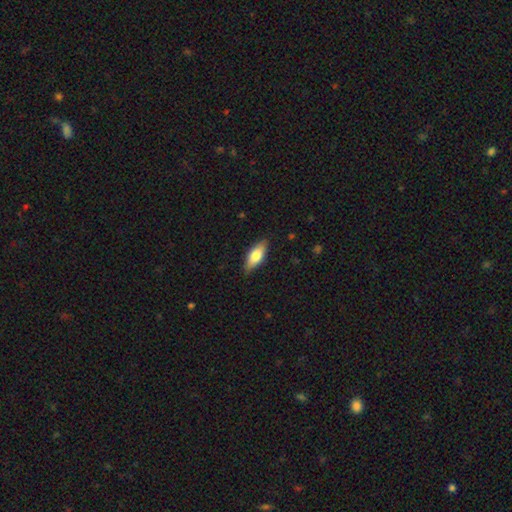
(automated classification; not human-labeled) Morphology: type=smooth (73%); roundness=in between (78%); merging=none (85%).